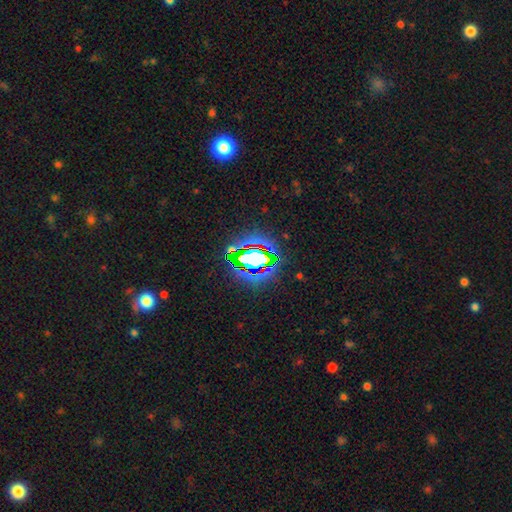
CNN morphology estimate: A star or artifact, not a galaxy (64%).

Vote fractions:
- Smooth or featured? star or artifact: 64% / smooth: 23% / featured or disk: 13%